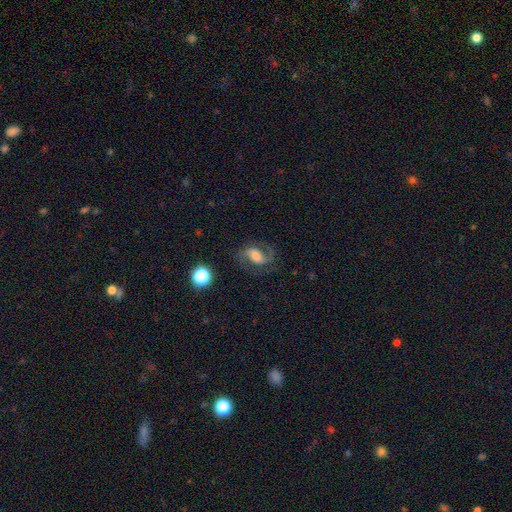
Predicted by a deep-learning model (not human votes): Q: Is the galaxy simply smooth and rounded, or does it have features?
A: featured or disk — 79%.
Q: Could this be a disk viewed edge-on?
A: no — 97%.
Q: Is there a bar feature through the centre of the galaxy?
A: weak — 42%.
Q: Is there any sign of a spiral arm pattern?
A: yes — 96%.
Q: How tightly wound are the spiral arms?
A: medium — 56%.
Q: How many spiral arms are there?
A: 2 — 91%.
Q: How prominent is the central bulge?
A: moderate — 47%.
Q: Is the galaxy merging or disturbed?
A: none — 75%.